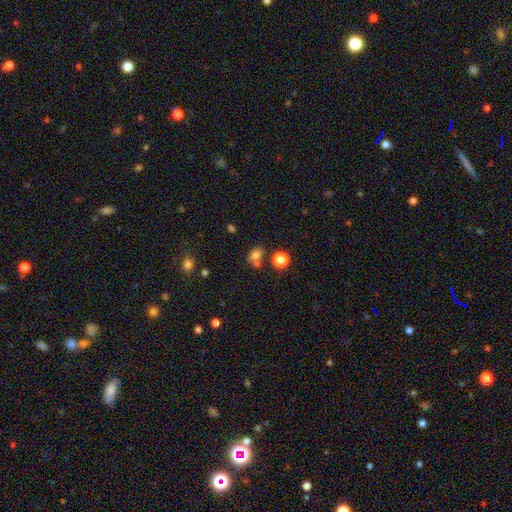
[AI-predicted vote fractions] Smooth or featured? Predicted: smooth (p=0.75). How rounded? Predicted: round (p=0.51). Merging? Predicted: none (p=0.51).